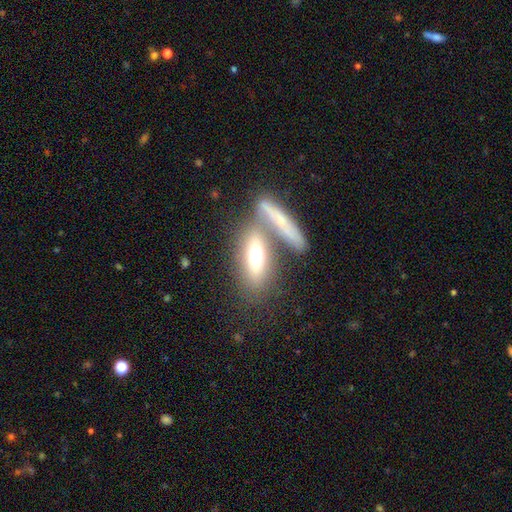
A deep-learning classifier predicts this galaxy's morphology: Smooth or featured? Predicted: smooth (p=0.56). How rounded? Predicted: in between (p=0.65). Merging? Predicted: none (p=0.51).